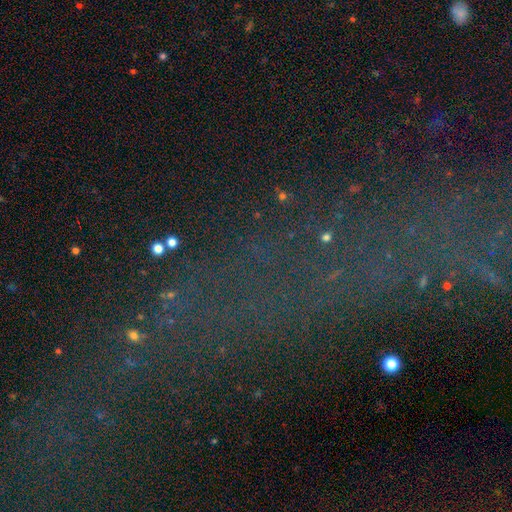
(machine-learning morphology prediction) A star or artifact, not a galaxy (68%).

Vote fractions:
- Smooth or featured? star or artifact: 68% / smooth: 18% / featured or disk: 14%